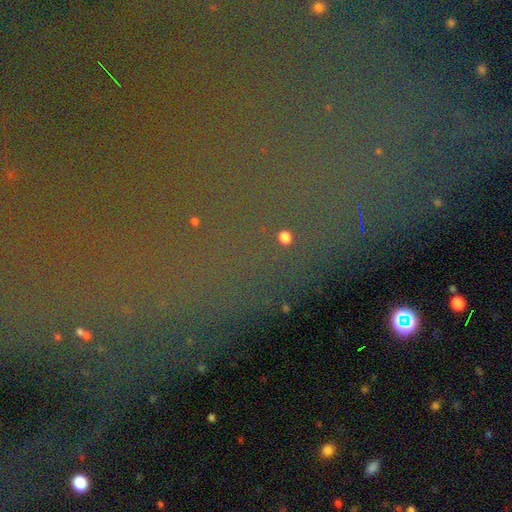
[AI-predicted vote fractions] Smooth or featured? star or artifact (80%)